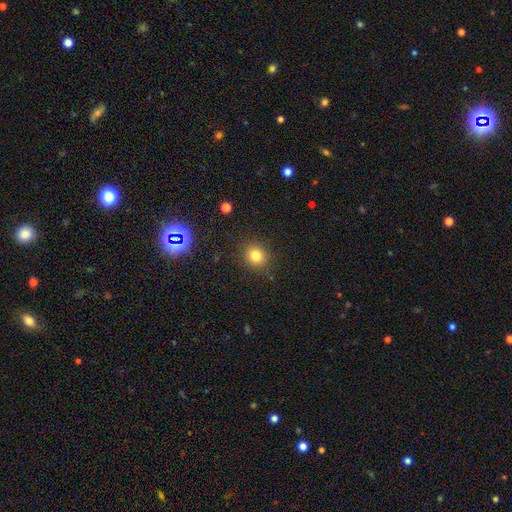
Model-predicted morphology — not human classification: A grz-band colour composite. It shows a smooth galaxy with no disk features (79%) that is round (79%). Merging: none (87%).